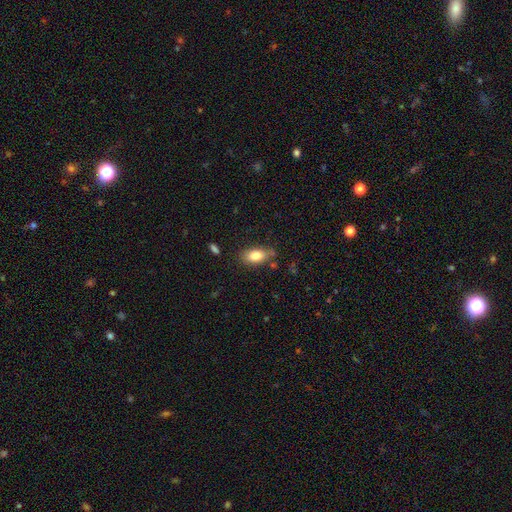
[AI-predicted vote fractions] smooth-or-featured: smooth: 80% | featured or disk: 12% | star or artifact: 8%
  how-rounded: in between: 87% | round: 7% | cigar-shaped: 6%
  merging: none: 72% | minor disturbance: 20% | major disturbance: 4% | merger: 4%